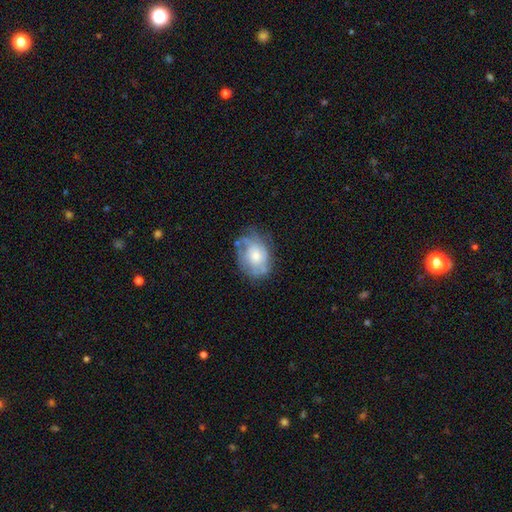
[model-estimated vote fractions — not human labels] smooth-or-featured: featured or disk: 47% | smooth: 45% | star or artifact: 7%
  merging: none: 50% | minor disturbance: 30% | major disturbance: 16% | merger: 4%